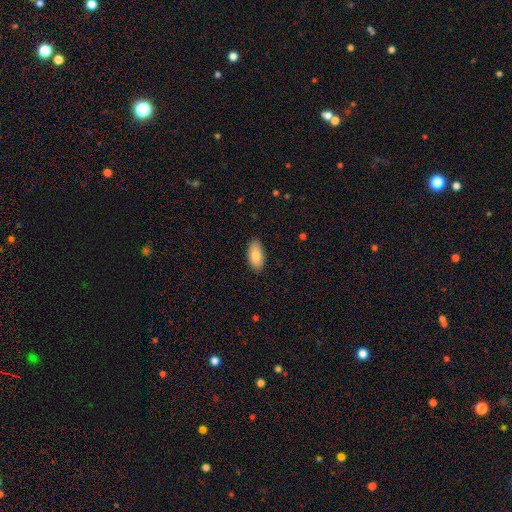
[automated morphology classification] The model was most divided on "smooth or featured": smooth: 83%, featured or disk: 11%, star or artifact: 6%. More confident: how rounded — in between (93%); merging — none (86%).